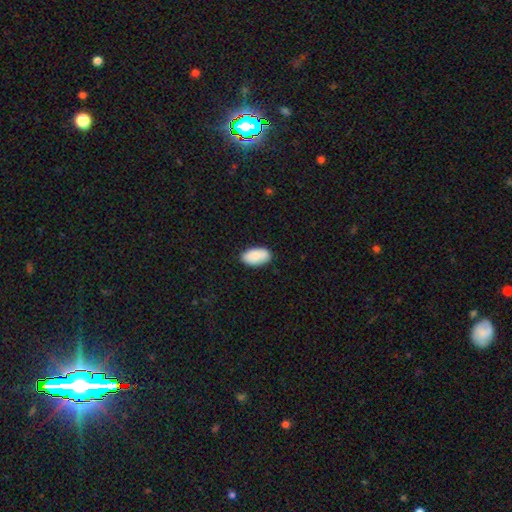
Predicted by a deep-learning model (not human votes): This appears to be a smooth galaxy with no disk features (84%) that is in between round and cigar-shaped (95%). Merging: none (83%).